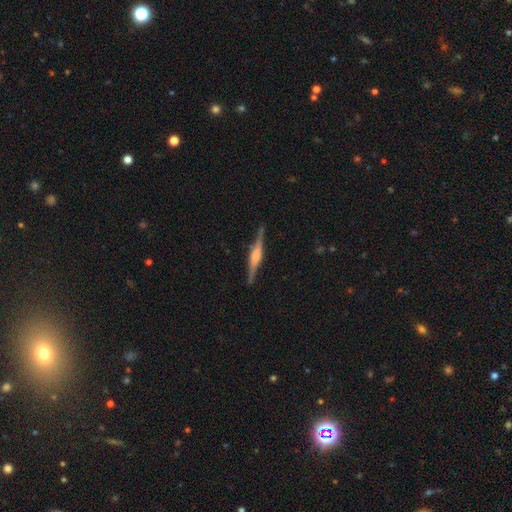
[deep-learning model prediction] This appears to be a featured or disk galaxy (77%) viewed edge-on (98%) with a rounded central bulge (54%). Merging: none (86%).